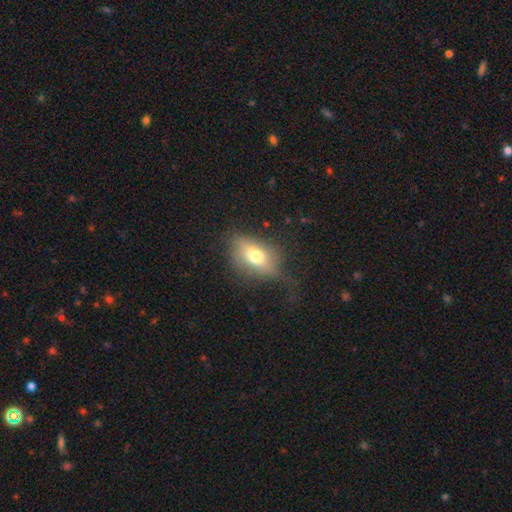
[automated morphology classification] Smooth or featured? Predicted: smooth (p=0.67). How rounded? Predicted: in between (p=0.76). Merging? Predicted: none (p=0.51).